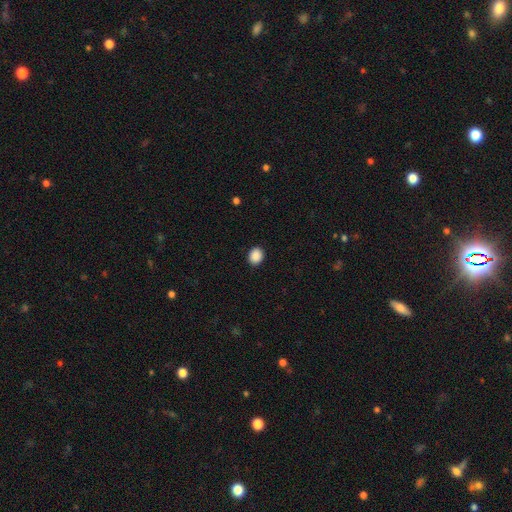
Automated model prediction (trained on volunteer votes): Morphology: type=smooth (89%); roundness=round (58%); merging=none (91%).